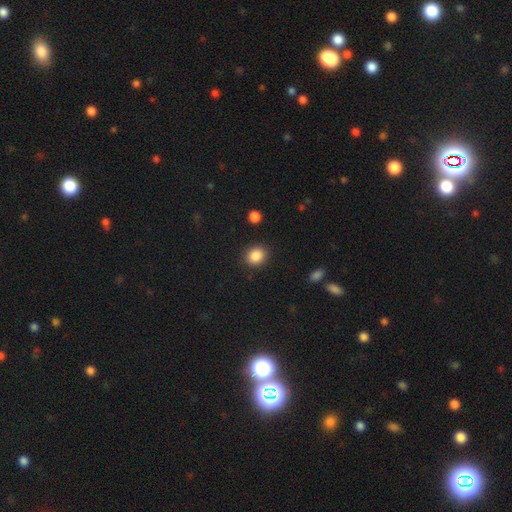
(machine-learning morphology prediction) type=smooth (87%); roundness=round (69%); merging=none (89%).